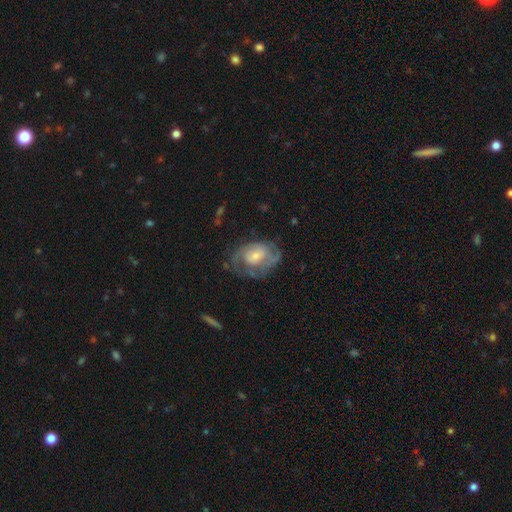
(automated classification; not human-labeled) Smooth or featured? Predicted: featured or disk (p=0.66). Edge-on disk? Predicted: no (p=0.96). Bar? Predicted: no (p=0.64). Spiral arms? Predicted: yes (p=0.75). Bulge size? Predicted: small (p=0.54). Merging? Predicted: none (p=0.52).